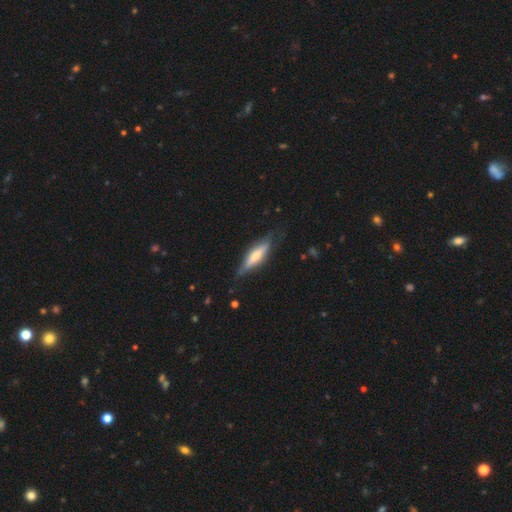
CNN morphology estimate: This is possibly a featured or disk galaxy (51%). It is clearly viewed edge-on (86%). Merging: likely none (75%).